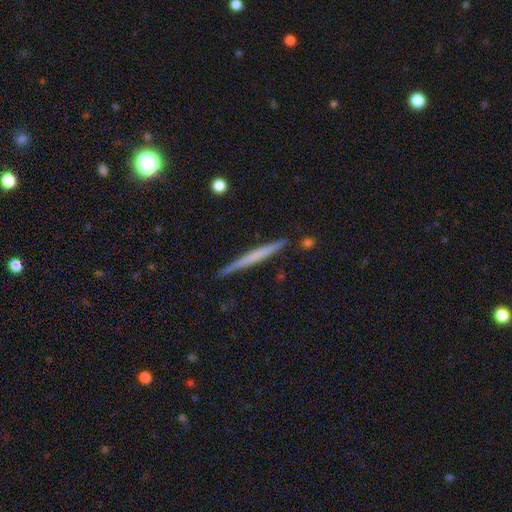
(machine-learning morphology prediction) Smooth or featured? Predicted: featured or disk (p=0.49). Merging? Predicted: none (p=0.88).